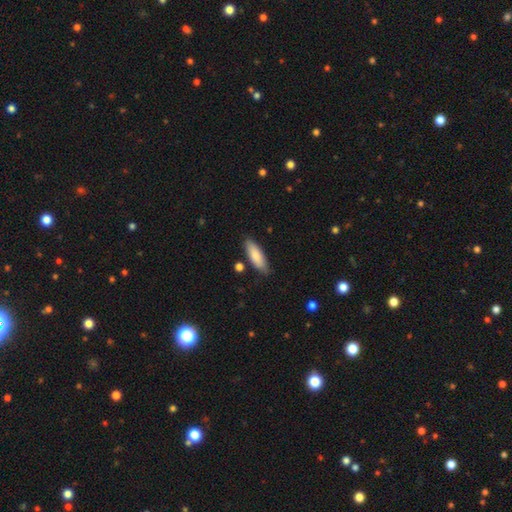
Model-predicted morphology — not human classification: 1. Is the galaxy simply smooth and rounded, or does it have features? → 83% smooth, 12% featured or disk, 6% star or artifact.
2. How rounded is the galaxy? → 57% in between, 42% cigar-shaped, 2% round.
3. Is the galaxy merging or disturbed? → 82% none, 13% minor disturbance, 3% merger, 2% major disturbance.